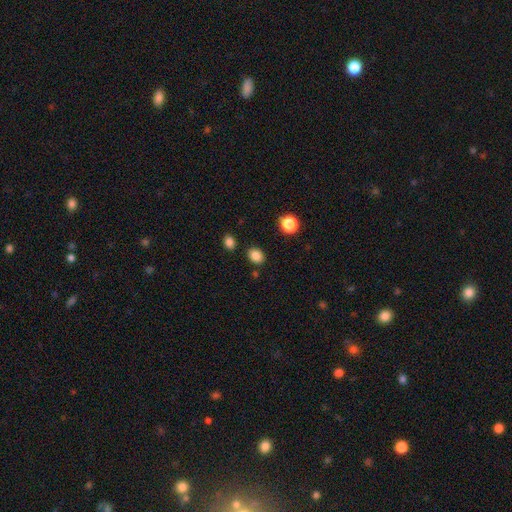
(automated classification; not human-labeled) Overall: smooth (85%). How rounded: in between (52%; round 47%). Merging: none (85%).